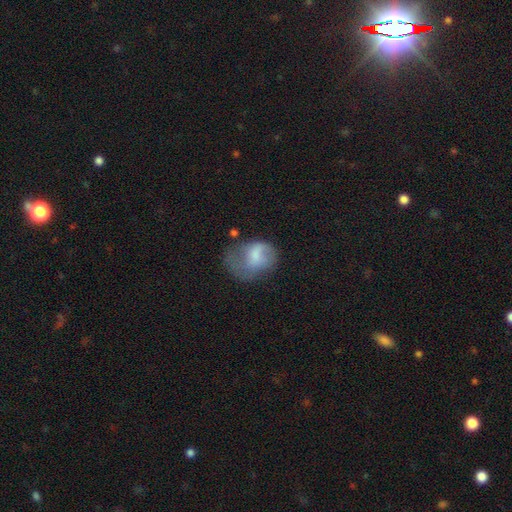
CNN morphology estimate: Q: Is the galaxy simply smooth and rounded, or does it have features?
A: smooth — 59%.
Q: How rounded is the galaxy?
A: in between — 60%.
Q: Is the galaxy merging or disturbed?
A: major disturbance — 45%.